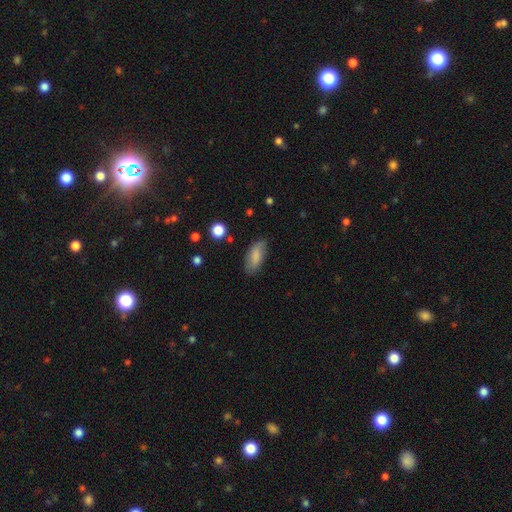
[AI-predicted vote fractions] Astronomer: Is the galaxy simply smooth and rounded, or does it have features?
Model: smooth — 81%.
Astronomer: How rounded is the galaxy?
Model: in between — 84%.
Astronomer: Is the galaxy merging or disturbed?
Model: none — 78%.